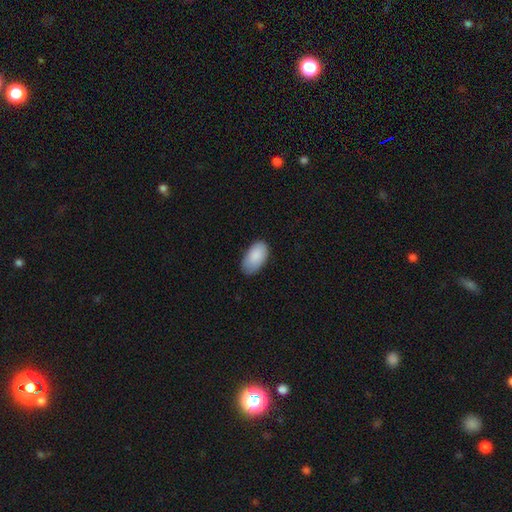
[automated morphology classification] Q: Smooth or featured?
A: smooth (89%); runner-up: star or artifact (6%)
Q: How rounded?
A: in between (96%); runner-up: round (3%)
Q: Merging?
A: none (77%); runner-up: minor disturbance (19%)